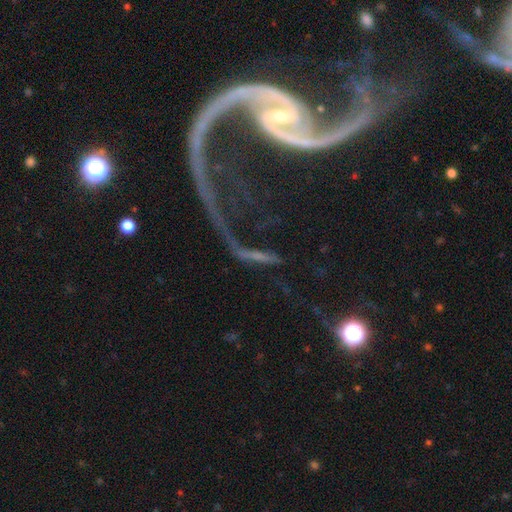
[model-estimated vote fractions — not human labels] Overall: featured or disk (42%; star or artifact 37%). Merging: none (50%; major disturbance 23%).